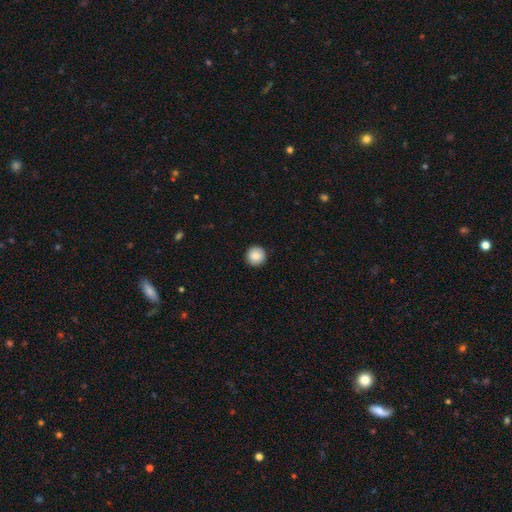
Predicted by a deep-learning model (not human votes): This appears to be a smooth galaxy with no disk features (87%) that is round (96%). Merging: none (92%).